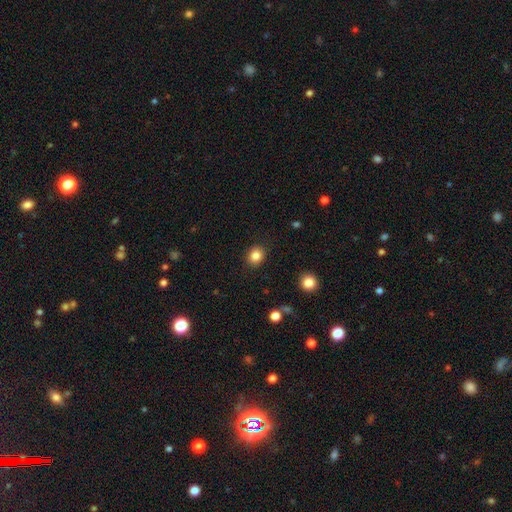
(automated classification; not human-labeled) Smooth or featured?
  - smooth: 84% *
  - star or artifact: 10%
  - featured or disk: 5%
How rounded?
  - round: 67% *
  - in between: 32%
  - cigar-shaped: 1%
Merging?
  - none: 89% *
  - minor disturbance: 8%
  - major disturbance: 2%
  - merger: 1%